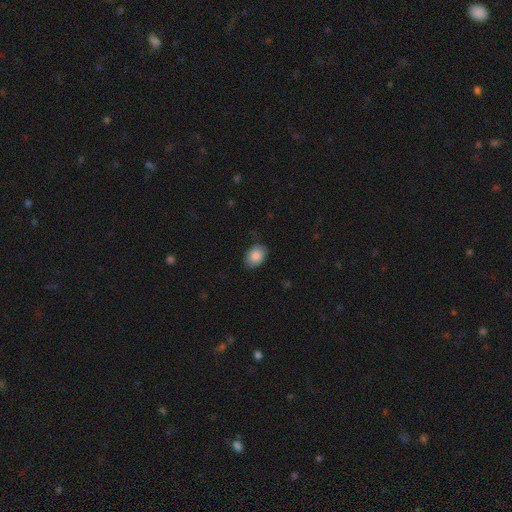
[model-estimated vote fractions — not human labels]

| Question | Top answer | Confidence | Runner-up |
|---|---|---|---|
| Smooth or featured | smooth | 85% | star or artifact (7%) |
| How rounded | in between | 76% | round (23%) |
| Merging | none | 83% | minor disturbance (13%) |